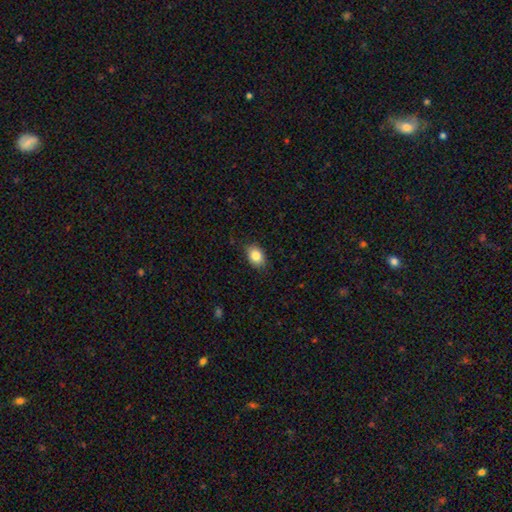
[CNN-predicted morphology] type=smooth (85%); roundness=in between (76%); merging=none (83%).